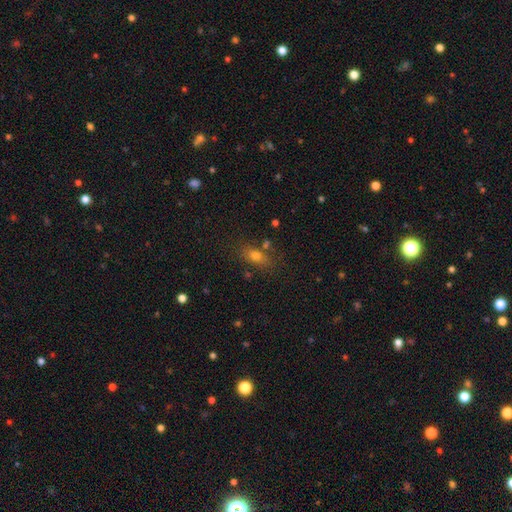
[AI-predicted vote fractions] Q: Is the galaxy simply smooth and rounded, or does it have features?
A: smooth — 70%.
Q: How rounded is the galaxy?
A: in between — 71%.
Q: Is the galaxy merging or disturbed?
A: none — 75%.